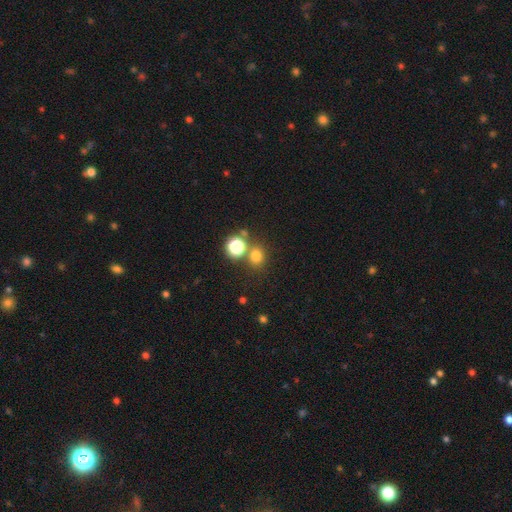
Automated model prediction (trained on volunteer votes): Smooth or featured?
  - smooth: 73% *
  - star or artifact: 20%
  - featured or disk: 6%
How rounded?
  - round: 74% *
  - in between: 25%
  - cigar-shaped: 1%
Merging?
  - none: 68% *
  - merger: 20%
  - minor disturbance: 9%
  - major disturbance: 4%